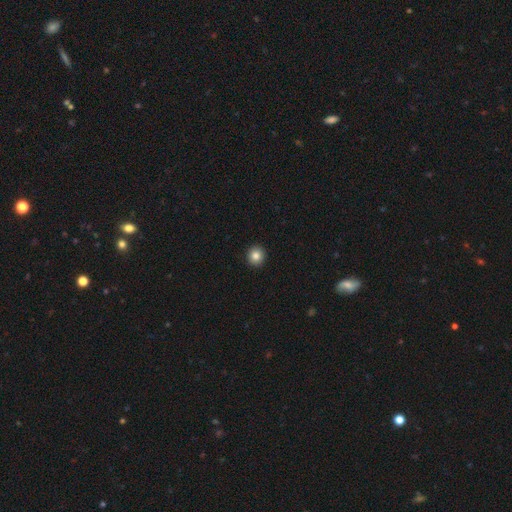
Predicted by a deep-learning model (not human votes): Smooth or featured? smooth (85%)
How rounded? round (92%)
Merging? none (93%)